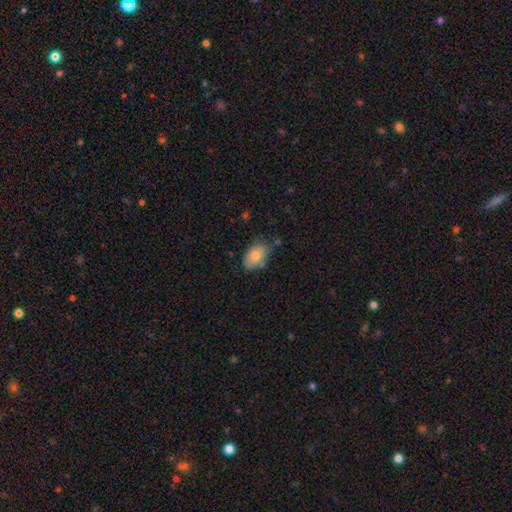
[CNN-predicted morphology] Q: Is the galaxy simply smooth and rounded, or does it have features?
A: smooth — 80%.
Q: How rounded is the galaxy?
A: in between — 91%.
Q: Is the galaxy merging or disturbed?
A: none — 62%.